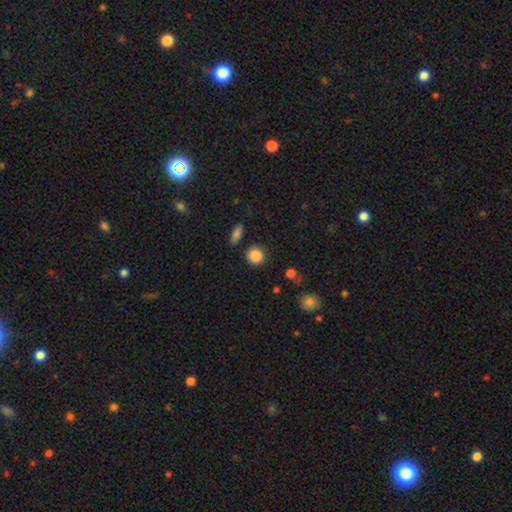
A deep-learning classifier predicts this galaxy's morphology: Smooth or featured? smooth (86%)
How rounded? round (90%)
Merging? none (83%)